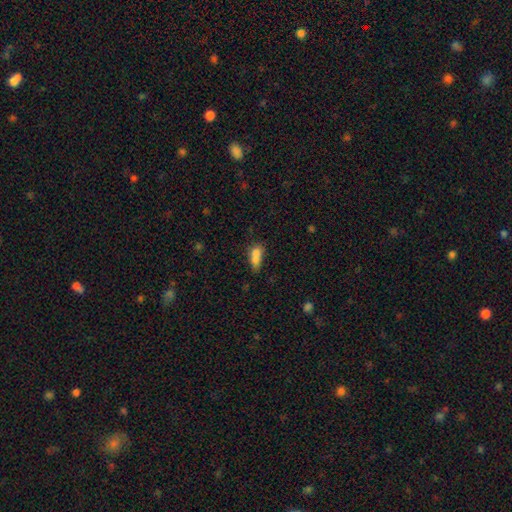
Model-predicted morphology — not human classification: Q: Smooth or featured?
A: smooth (72%); runner-up: featured or disk (16%)
Q: How rounded?
A: in between (68%); runner-up: round (19%)
Q: Merging?
A: merger (55%); runner-up: none (25%)